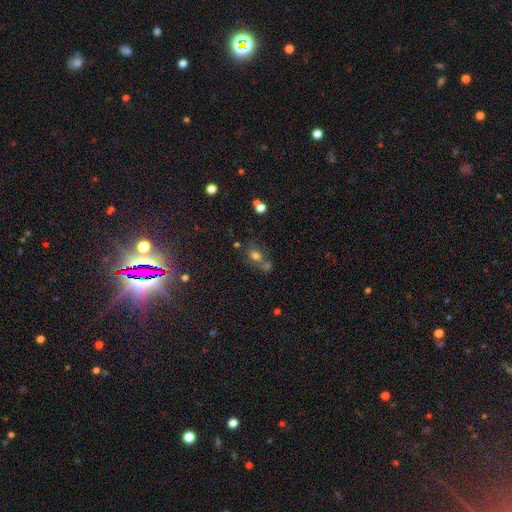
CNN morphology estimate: This appears to be a smooth galaxy with no disk features (66%) that is in between round and cigar-shaped (67%). Merging: none (43%).